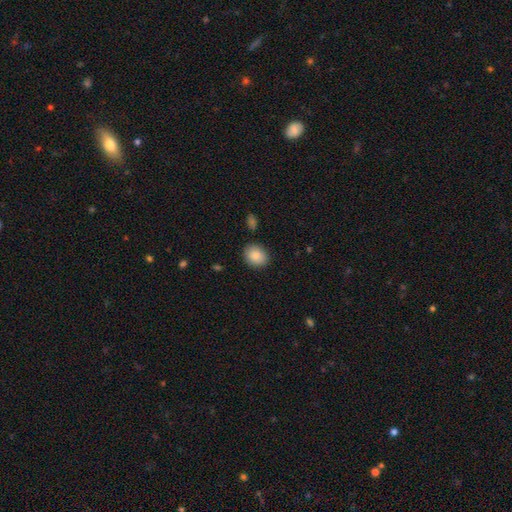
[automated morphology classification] Smooth or featured? smooth (86%)
How rounded? round (57%)
Merging? none (86%)